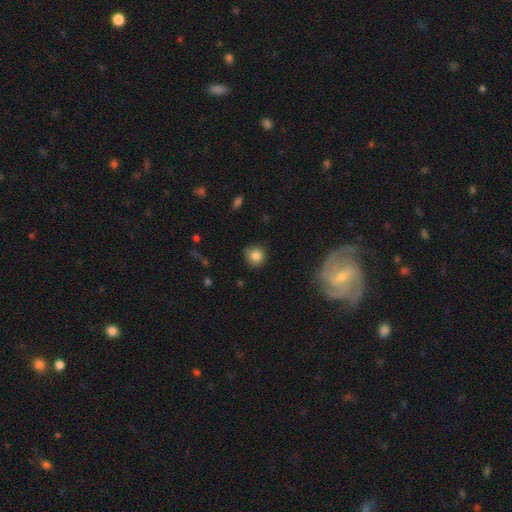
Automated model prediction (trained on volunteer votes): smooth 84%, star or artifact 10%, featured or disk 6%. Down the decision tree: how rounded — round (90%); merging — none (82%).